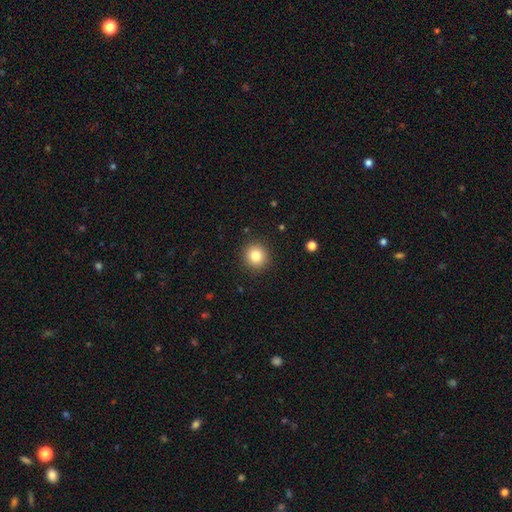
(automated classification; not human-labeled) Smooth or featured: smooth — 82% (star or artifact — 11%)
How rounded: round — 92% (in between — 7%)
Merging: none — 91% (minor disturbance — 6%)